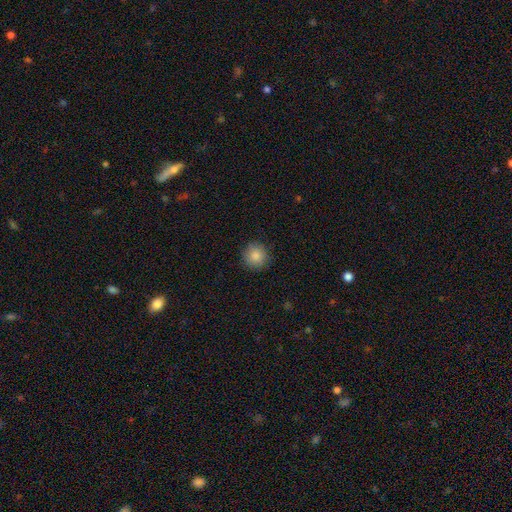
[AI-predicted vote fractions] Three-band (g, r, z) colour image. It shows a smooth galaxy with no disk features (86%) that is round (93%). Merging: none (90%).